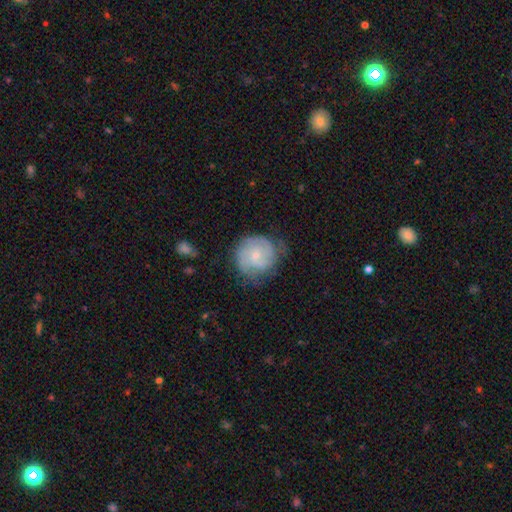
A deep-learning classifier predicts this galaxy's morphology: Q: Smooth or featured?
A: featured or disk (54%); runner-up: smooth (39%)
Q: Edge-on disk?
A: no (98%); runner-up: yes (2%)
Q: Bar?
A: no (67%); runner-up: weak (29%)
Q: Spiral arms?
A: yes (82%); runner-up: no (18%)
Q: Bulge size?
A: small (63%); runner-up: moderate (30%)
Q: Merging?
A: none (64%); runner-up: minor disturbance (26%)